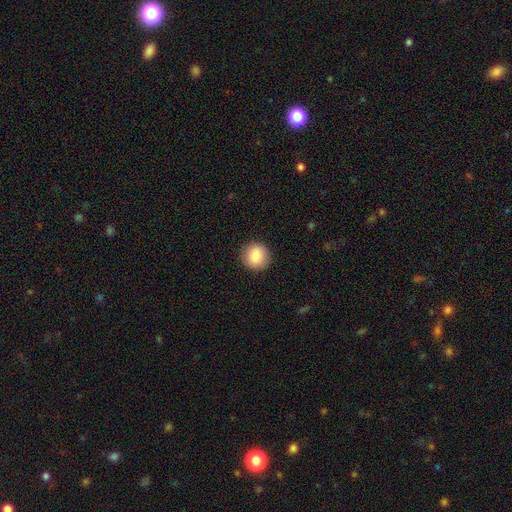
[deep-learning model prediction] smooth_or_featured: smooth (p=0.86) [alt: star or artifact p=0.08]
how_rounded: round (p=0.94) [alt: in between p=0.05]
merging: none (p=0.91) [alt: minor disturbance p=0.06]